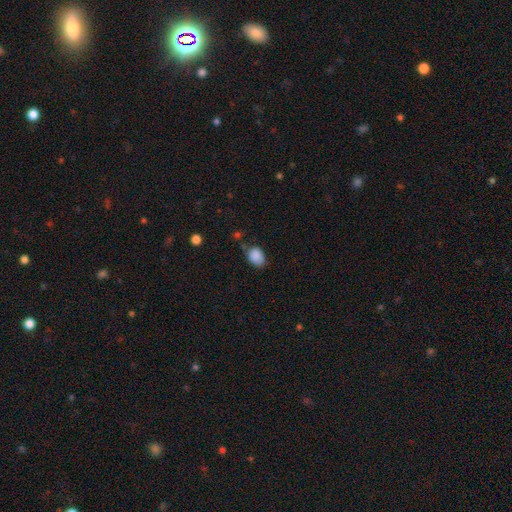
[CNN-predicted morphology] smooth-or-featured: smooth: 87% | star or artifact: 9% | featured or disk: 4%
  how-rounded: in between: 71% | round: 28% | cigar-shaped: 1%
  merging: none: 63% | minor disturbance: 26% | major disturbance: 6% | merger: 5%